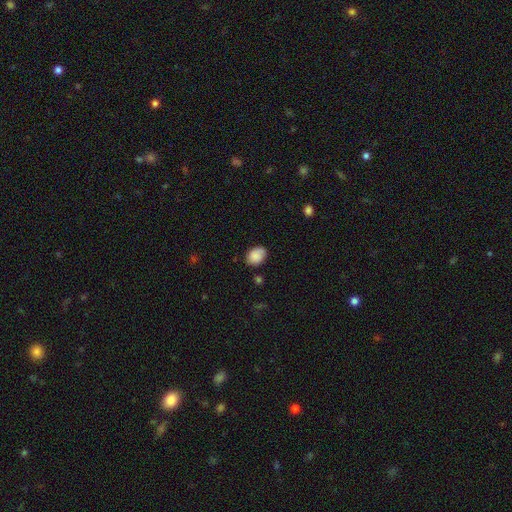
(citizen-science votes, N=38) smooth 87%, featured or disk 11%, star or artifact 3%. Down the decision tree: how rounded — in between (55%); merging — none (73%).